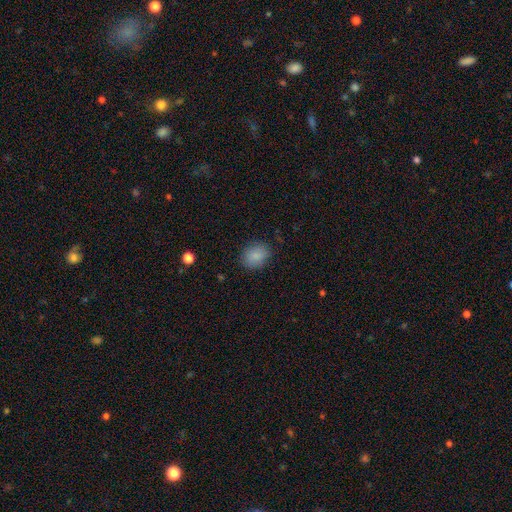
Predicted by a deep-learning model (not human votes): Smooth or featured? Predicted: smooth (p=0.86). How rounded? Predicted: in between (p=0.51). Merging? Predicted: none (p=0.83).